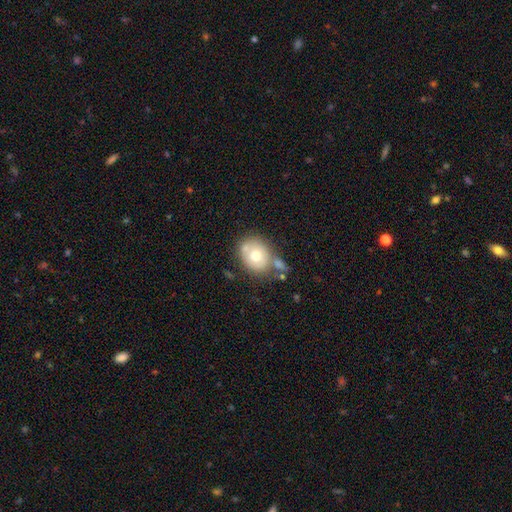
A smooth galaxy with no disk features (61%) that is round (57%).

Vote fractions:
- Smooth or featured? smooth: 61% / featured or disk: 34% / star or artifact: 5%
- How rounded? round: 57% / in between: 43% / cigar-shaped: 0%
- Merging? none: 42% / merger: 28% / minor disturbance: 22% / major disturbance: 8%